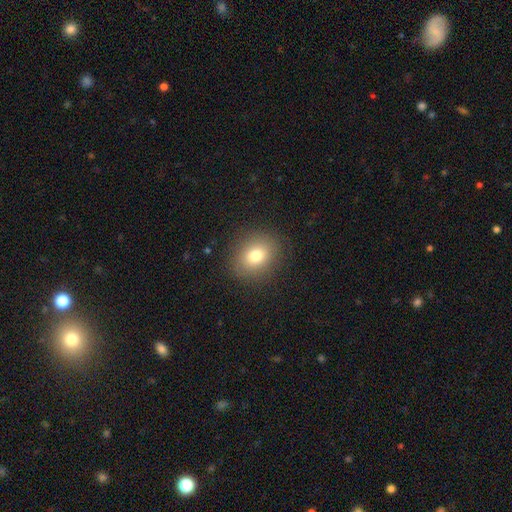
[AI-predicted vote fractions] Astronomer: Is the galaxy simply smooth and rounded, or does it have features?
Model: smooth — 78%.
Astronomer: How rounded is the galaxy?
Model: round — 64%.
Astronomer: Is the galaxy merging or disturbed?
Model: none — 88%.